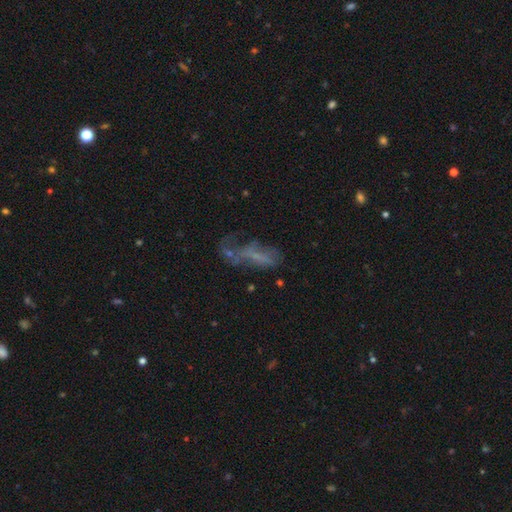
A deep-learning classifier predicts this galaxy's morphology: This is marginally a featured or disk galaxy (42%). Merging: marginally major disturbance (36%).